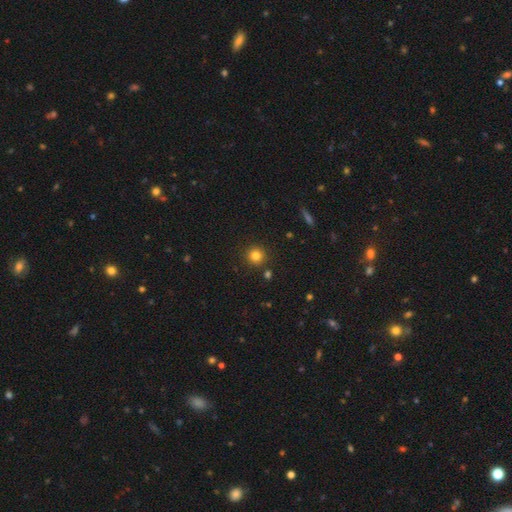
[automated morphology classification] Smooth or featured? Predicted: smooth (p=0.81). How rounded? Predicted: round (p=0.94). Merging? Predicted: none (p=0.88).